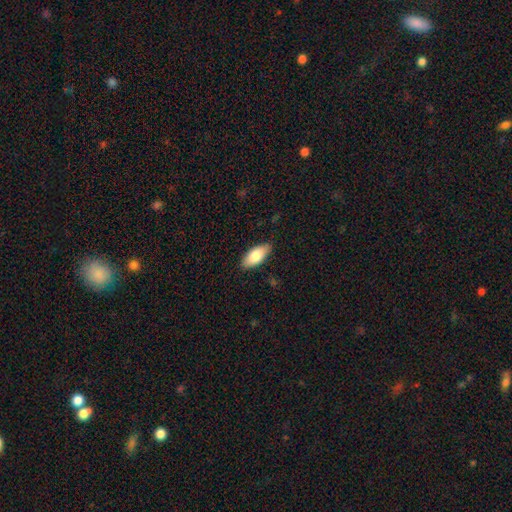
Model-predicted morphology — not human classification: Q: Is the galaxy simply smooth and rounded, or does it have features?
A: smooth — 83%.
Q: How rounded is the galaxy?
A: in between — 89%.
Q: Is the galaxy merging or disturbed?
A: none — 85%.